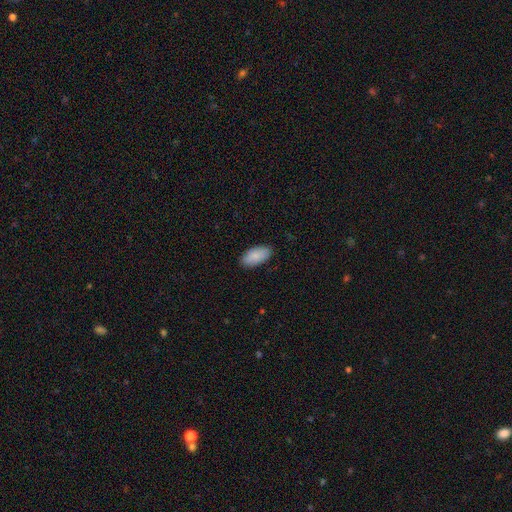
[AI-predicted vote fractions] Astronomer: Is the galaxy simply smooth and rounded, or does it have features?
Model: smooth — 87%.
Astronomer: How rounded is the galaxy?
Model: in between — 94%.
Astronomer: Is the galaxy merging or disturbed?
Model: none — 87%.